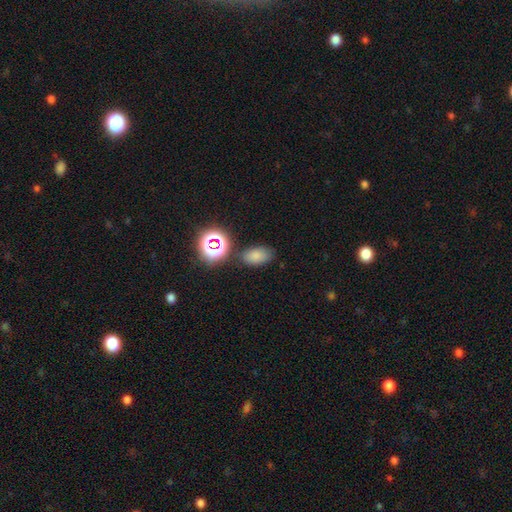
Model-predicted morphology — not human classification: Smooth or featured? smooth (75%)
How rounded? in between (87%)
Merging? none (77%)